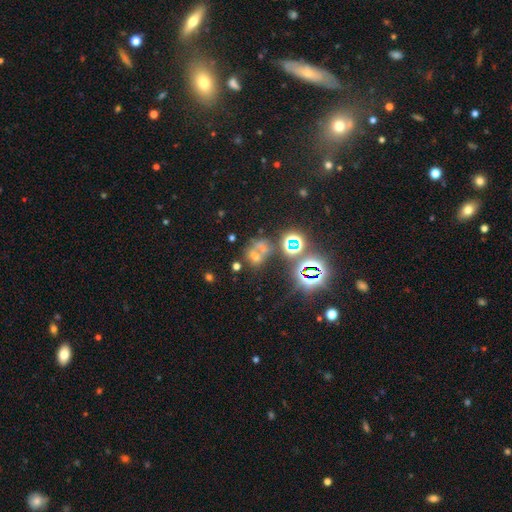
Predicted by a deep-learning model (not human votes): A star or artifact, not a galaxy (54%).

Vote fractions:
- Smooth or featured? star or artifact: 54% / smooth: 26% / featured or disk: 20%